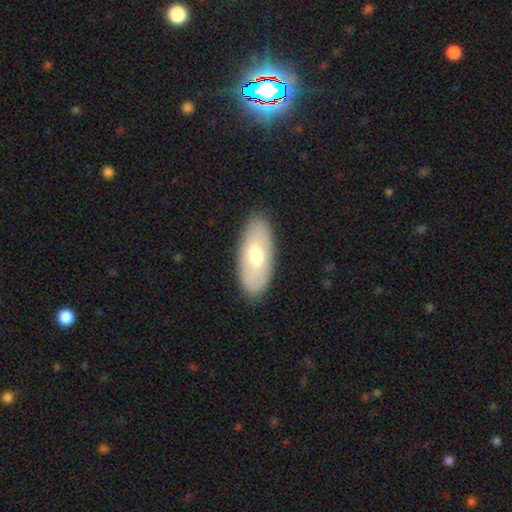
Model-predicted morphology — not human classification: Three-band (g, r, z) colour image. It shows a smooth galaxy with no disk features (57%) that is in between round and cigar-shaped (88%). Merging: none (87%).